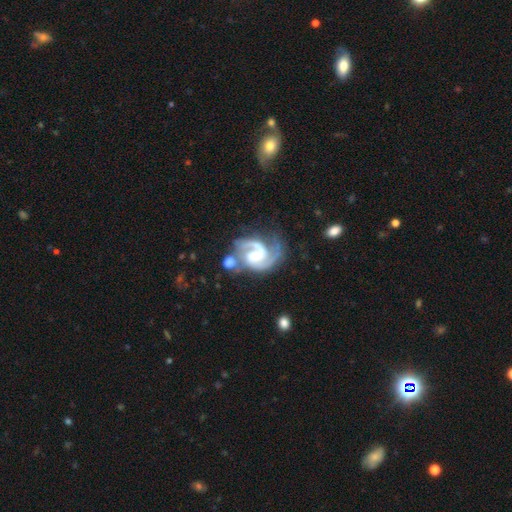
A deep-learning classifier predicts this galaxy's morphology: Smooth or featured? Predicted: featured or disk (p=0.93). Edge-on disk? Predicted: no (p=0.98). Bar? Predicted: weak (p=0.46). Spiral arms? Predicted: yes (p=0.98). Spiral winding? Predicted: medium (p=0.56). Spiral arm count? Predicted: 2 (p=0.82). Bulge size? Predicted: moderate (p=0.52). Merging? Predicted: none (p=0.46).